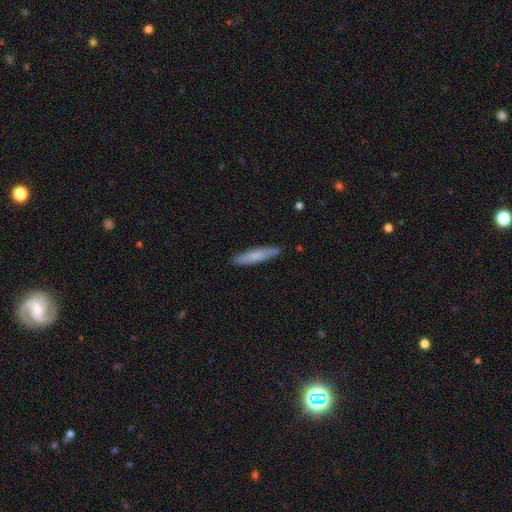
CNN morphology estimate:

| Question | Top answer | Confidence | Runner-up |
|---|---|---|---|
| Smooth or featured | smooth | 74% | featured or disk (20%) |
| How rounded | cigar-shaped | 88% | in between (10%) |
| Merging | none | 88% | minor disturbance (10%) |